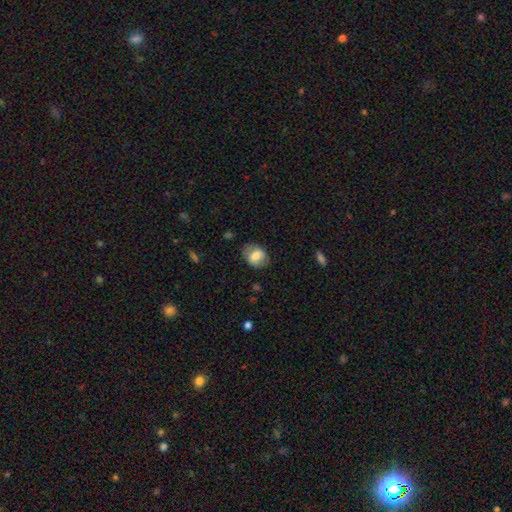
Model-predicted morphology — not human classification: The model was most divided on "how rounded": in between: 66%, round: 32%, cigar-shaped: 1%. More confident: merging — none (75%); smooth or featured — smooth (69%).